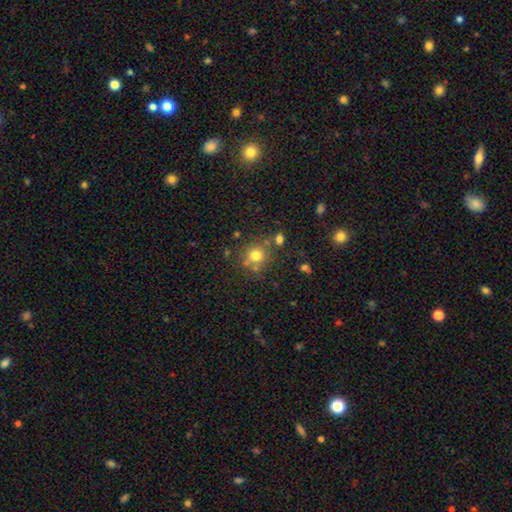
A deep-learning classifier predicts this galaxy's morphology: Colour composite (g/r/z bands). It shows a smooth galaxy with no disk features (74%) that is round (91%). Merging: none (71%).